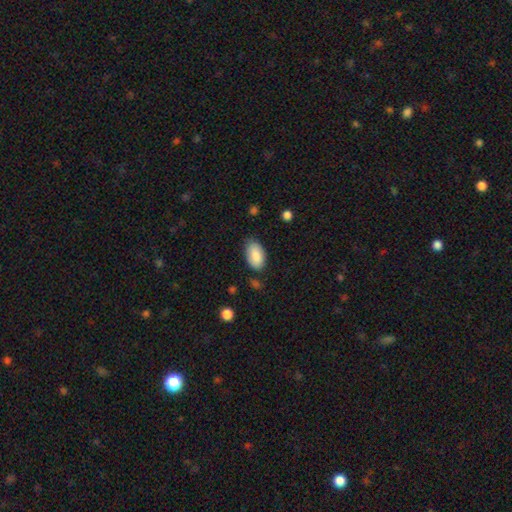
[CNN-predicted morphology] type=smooth (87%); roundness=in between (95%); merging=none (75%).